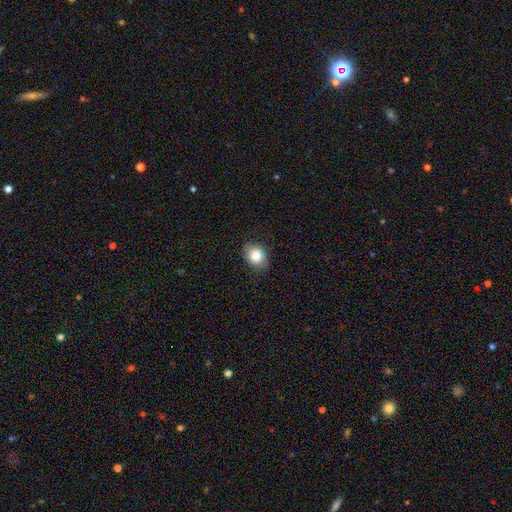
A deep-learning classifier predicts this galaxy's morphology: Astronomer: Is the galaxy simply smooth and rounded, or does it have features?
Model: smooth — 83%.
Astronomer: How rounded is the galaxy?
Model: in between — 62%.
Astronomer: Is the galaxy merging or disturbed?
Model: none — 85%.